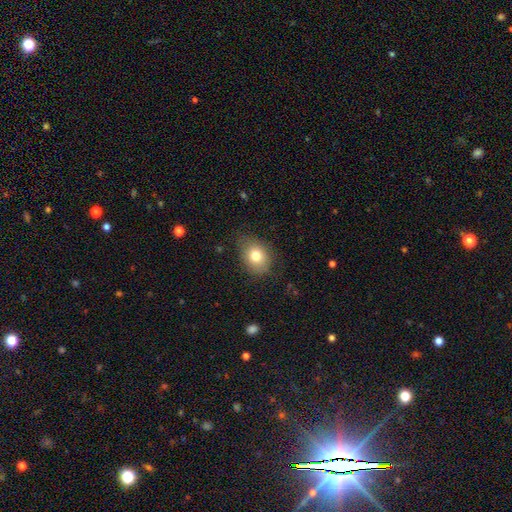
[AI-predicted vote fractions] A smooth galaxy with no disk features (79%) that is in between round and cigar-shaped (60%).

Vote fractions:
- Smooth or featured? smooth: 79% / featured or disk: 12% / star or artifact: 9%
- How rounded? in between: 60% / round: 39% / cigar-shaped: 1%
- Merging? none: 72% / minor disturbance: 22% / major disturbance: 5% / merger: 1%